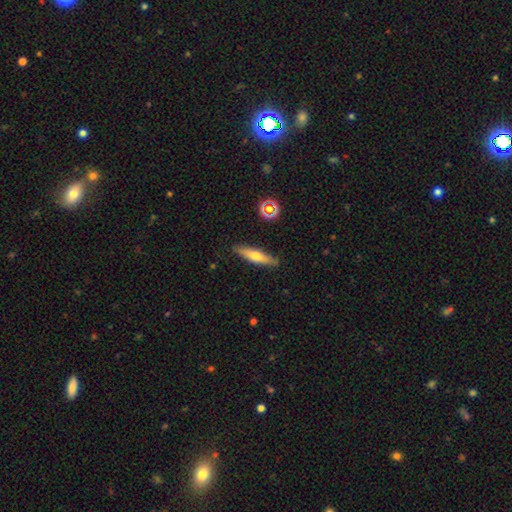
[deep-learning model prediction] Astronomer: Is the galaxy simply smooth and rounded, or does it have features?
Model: smooth — 52% (runner-up: featured or disk, 40%).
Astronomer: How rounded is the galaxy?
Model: cigar-shaped — 79%.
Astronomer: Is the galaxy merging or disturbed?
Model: none — 86%.